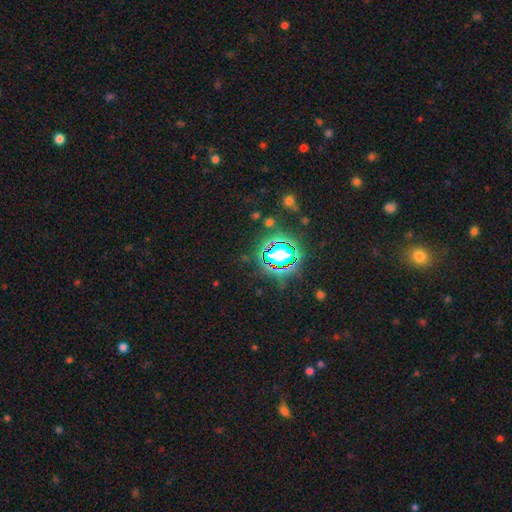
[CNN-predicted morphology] This is clearly a star or artifact rather than a galaxy (82%).